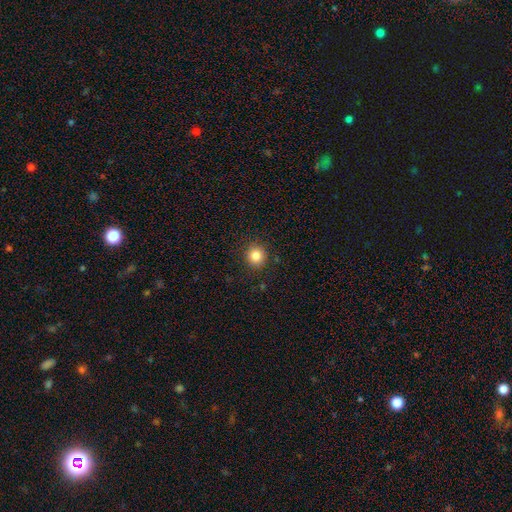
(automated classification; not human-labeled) This is clearly a smooth galaxy (85%). How rounded: clearly round (90%). Merging: clearly none (89%).